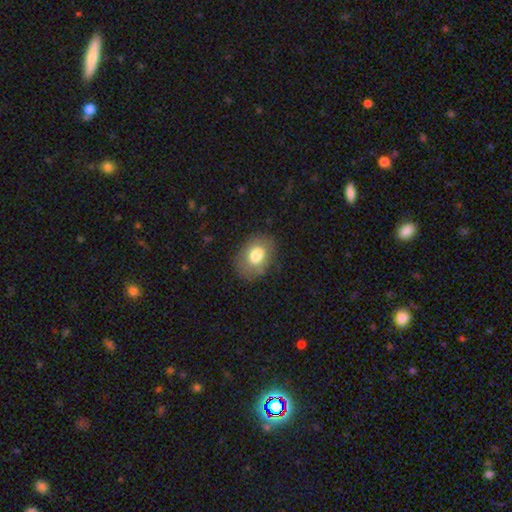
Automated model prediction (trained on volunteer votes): Morphology: type=smooth (75%); roundness=in between (71%); merging=none (77%).